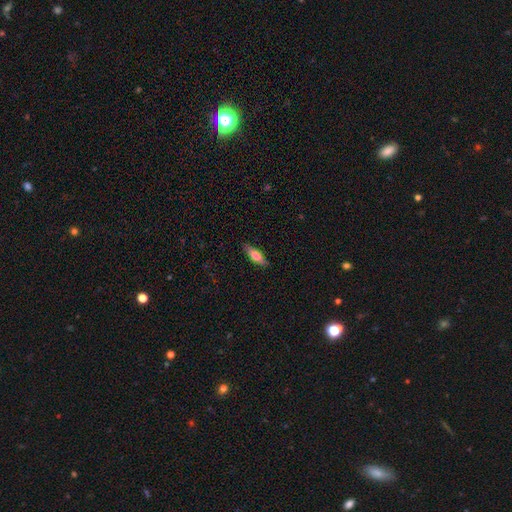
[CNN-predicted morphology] Overall: smooth (72%). How rounded: in between (50%; cigar-shaped 48%). Merging: none (84%).